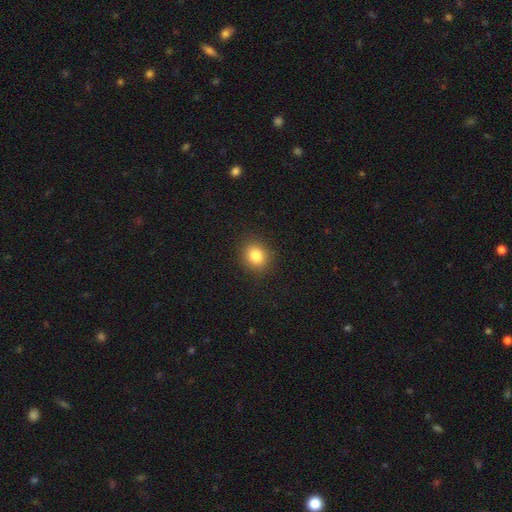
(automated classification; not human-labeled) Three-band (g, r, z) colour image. It shows a smooth galaxy with no disk features (83%) that is round (72%). Merging: none (89%).